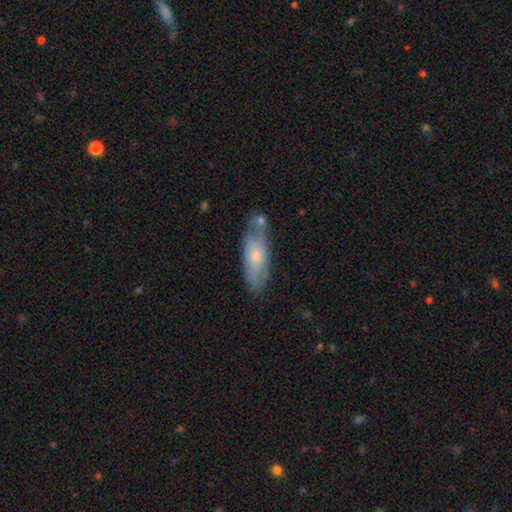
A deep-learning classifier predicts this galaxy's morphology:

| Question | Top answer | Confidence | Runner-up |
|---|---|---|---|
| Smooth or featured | smooth | 56% | featured or disk (38%) |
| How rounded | in between | 62% | cigar-shaped (35%) |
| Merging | none | 60% | minor disturbance (23%) |